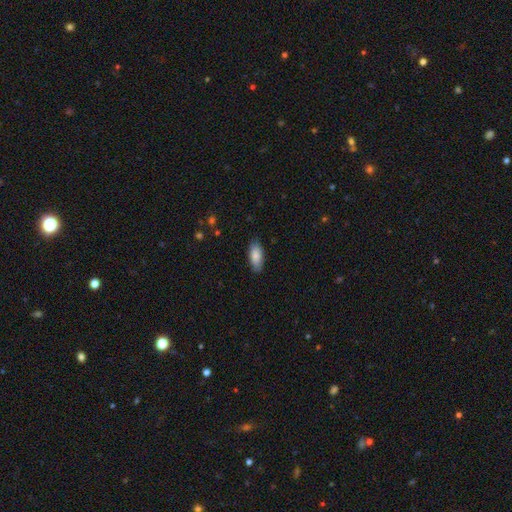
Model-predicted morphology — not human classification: smooth-or-featured: smooth: 86% | featured or disk: 8% | star or artifact: 6%
  how-rounded: in between: 86% | cigar-shaped: 13% | round: 2%
  merging: none: 85% | minor disturbance: 11% | major disturbance: 2% | merger: 1%